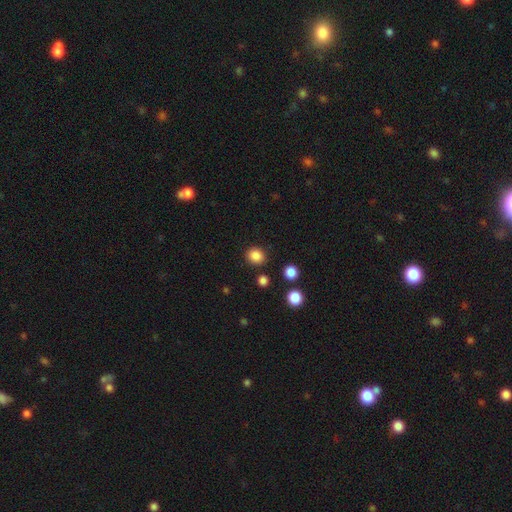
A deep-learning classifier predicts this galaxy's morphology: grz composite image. It shows a smooth galaxy with no disk features (86%) that is round (77%). Merging: none (87%).